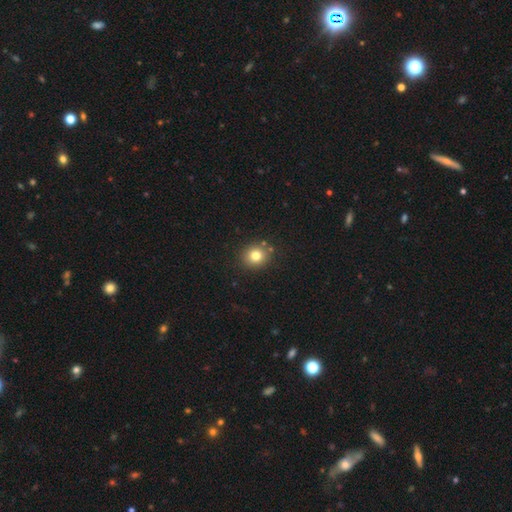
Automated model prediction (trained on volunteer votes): Morphology: type=smooth (79%); roundness=round (82%); merging=none (85%).